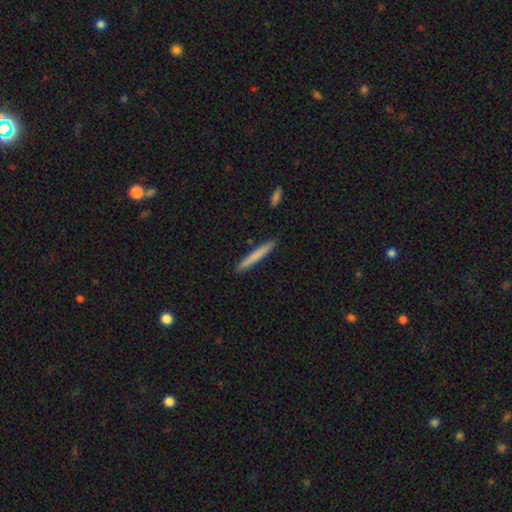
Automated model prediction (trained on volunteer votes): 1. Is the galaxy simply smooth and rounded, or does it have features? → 75% smooth, 19% featured or disk, 6% star or artifact.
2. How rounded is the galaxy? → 97% cigar-shaped, 2% in between, 1% round.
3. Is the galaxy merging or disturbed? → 91% none, 6% minor disturbance, 1% merger, 1% major disturbance.